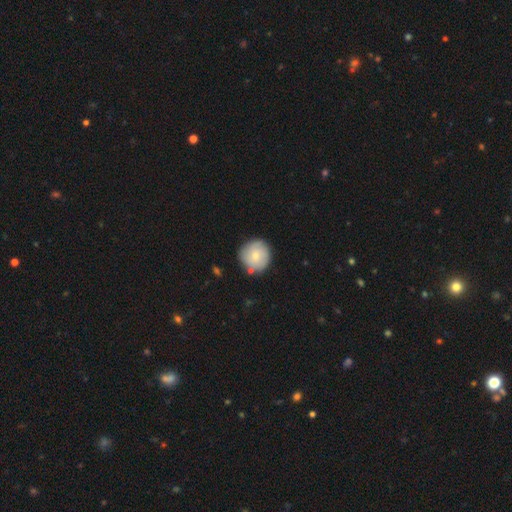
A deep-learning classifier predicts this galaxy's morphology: type=smooth (69%); roundness=round (94%); merging=none (79%).